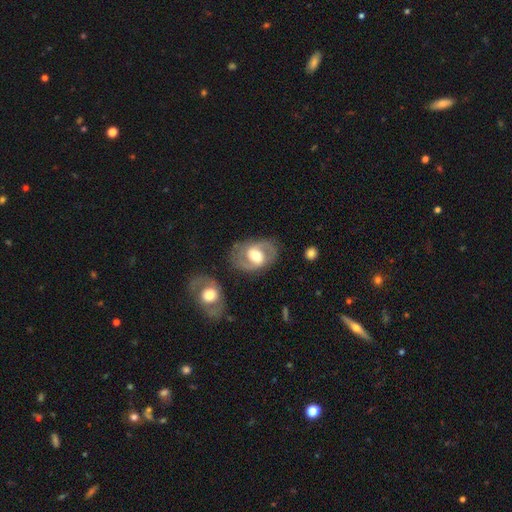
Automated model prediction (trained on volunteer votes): Smooth or featured? Predicted: featured or disk (p=0.73). Edge-on disk? Predicted: no (p=0.96). Bar? Predicted: weak (p=0.44). Spiral arms? Predicted: yes (p=0.81). Spiral winding? Predicted: medium (p=0.52). Spiral arm count? Predicted: 2 (p=0.86). Bulge size? Predicted: moderate (p=0.67). Merging? Predicted: none (p=0.75).